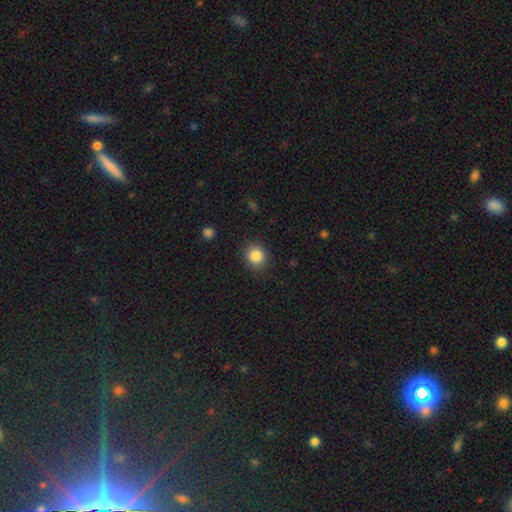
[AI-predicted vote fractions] Smooth or featured? Predicted: smooth (p=0.86). How rounded? Predicted: round (p=0.85). Merging? Predicted: none (p=0.88).